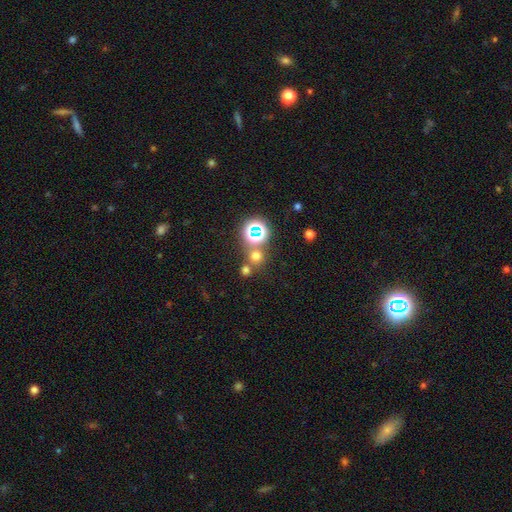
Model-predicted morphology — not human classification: type=smooth (58%); roundness=round (90%); merging=none (67%).